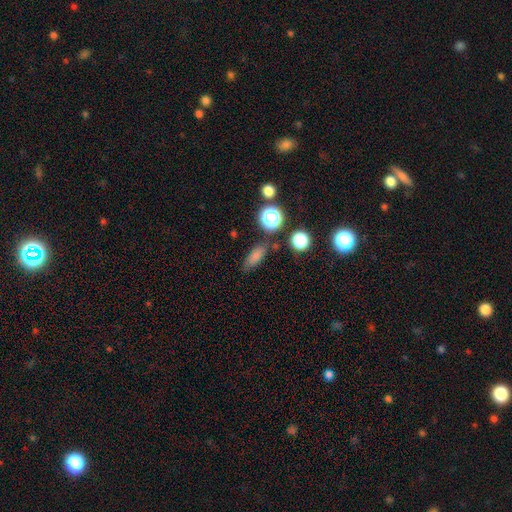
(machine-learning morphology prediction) A smooth galaxy with no disk features (76%) that is in between round and cigar-shaped (59%). Merging: none (75%).